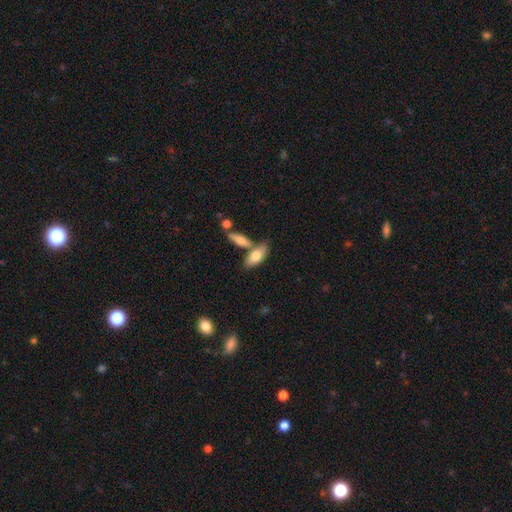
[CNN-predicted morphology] Overall: smooth (76%). How rounded: in between (80%). Merging: none (54%; merger 31%).